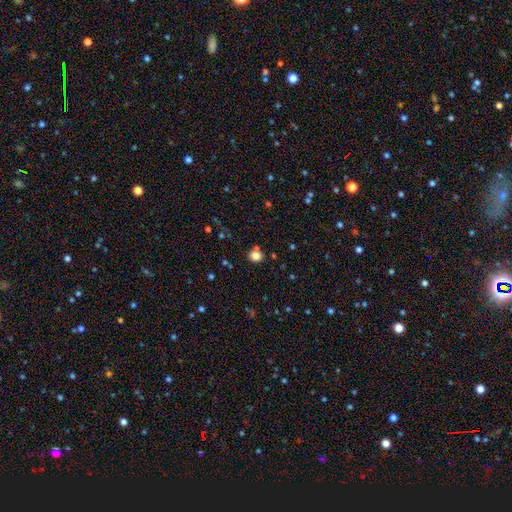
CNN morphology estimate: smooth 82%, star or artifact 13%, featured or disk 5%. Down the decision tree: how rounded — round (78%); merging — none (80%).